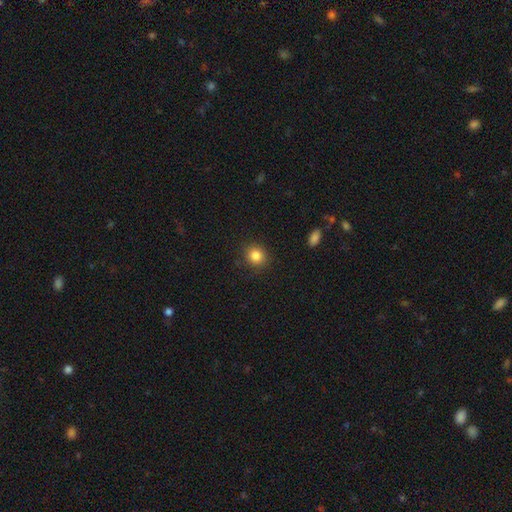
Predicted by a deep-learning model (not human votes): Smooth or featured? Predicted: smooth (p=0.84). How rounded? Predicted: round (p=0.85). Merging? Predicted: none (p=0.89).